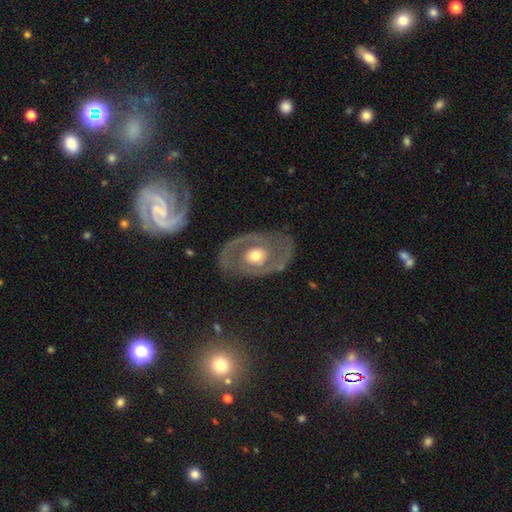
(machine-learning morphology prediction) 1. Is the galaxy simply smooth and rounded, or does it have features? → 73% featured or disk, 15% smooth, 11% star or artifact.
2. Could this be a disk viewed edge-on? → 92% no, 8% yes.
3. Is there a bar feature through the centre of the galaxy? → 61% no, 26% weak, 13% strong.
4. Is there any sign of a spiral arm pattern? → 70% yes, 30% no.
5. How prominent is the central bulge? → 68% moderate, 18% small, 10% large, 2% dominant, 2% none.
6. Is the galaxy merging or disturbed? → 71% none, 15% minor disturbance, 9% major disturbance, 5% merger.